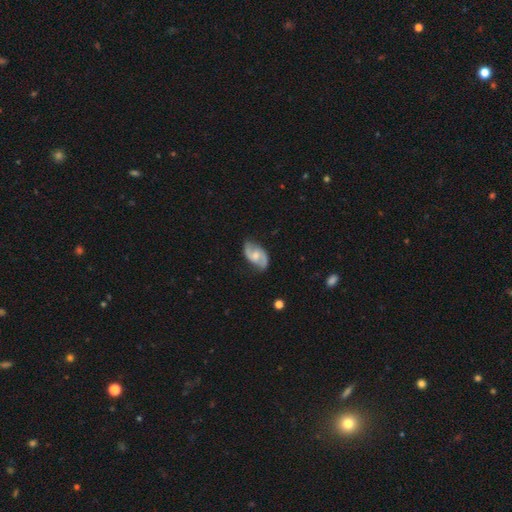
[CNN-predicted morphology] type=featured or disk (81%); edge-on=no (97%); bar=weak (45%); spiral arms=yes (95%); winding=medium (50%); arm count=2 (91%); bulge=moderate (54%); merging=none (78%).